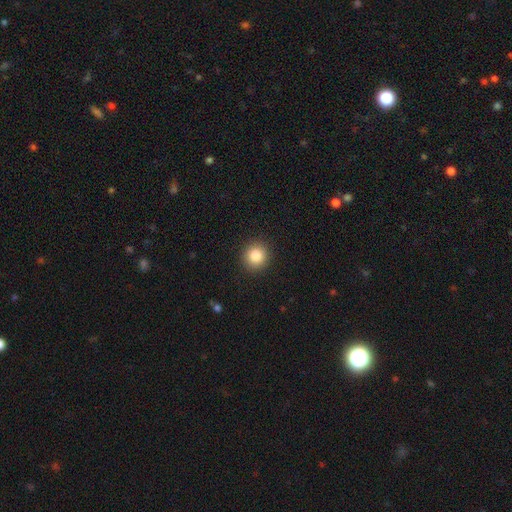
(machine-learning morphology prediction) type=smooth (84%); roundness=round (91%); merging=none (92%).